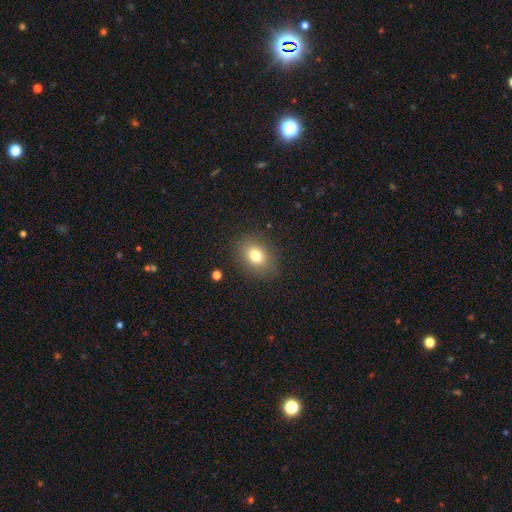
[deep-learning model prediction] Smooth or featured: smooth — 78% (star or artifact — 11%)
How rounded: in between — 65% (round — 34%)
Merging: none — 85% (minor disturbance — 10%)